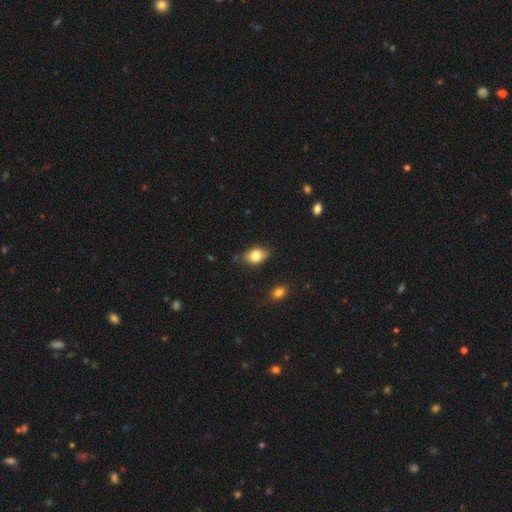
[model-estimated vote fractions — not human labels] A smooth galaxy with no disk features (80%) that is in between round and cigar-shaped (79%). Merging: none (78%).